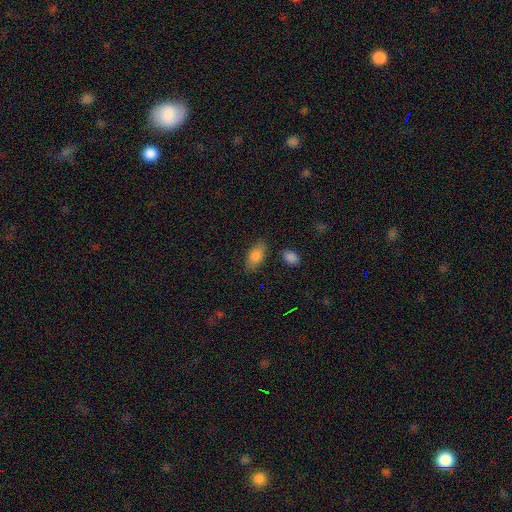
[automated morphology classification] Smooth or featured? smooth (82%)
How rounded? in between (89%)
Merging? none (77%)